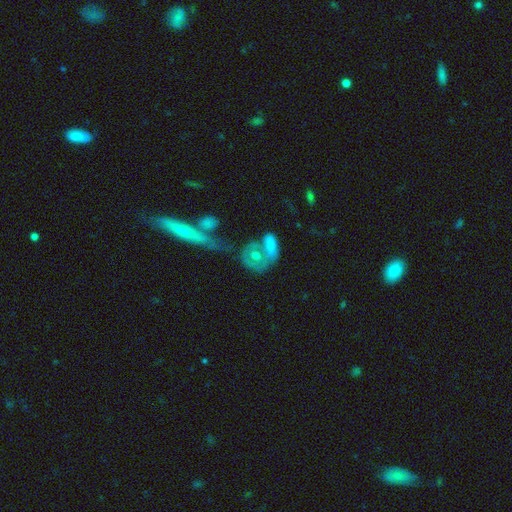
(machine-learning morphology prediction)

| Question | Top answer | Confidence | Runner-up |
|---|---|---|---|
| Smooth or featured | smooth | 49% | featured or disk (43%) |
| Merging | merger | 38% | none (30%) |